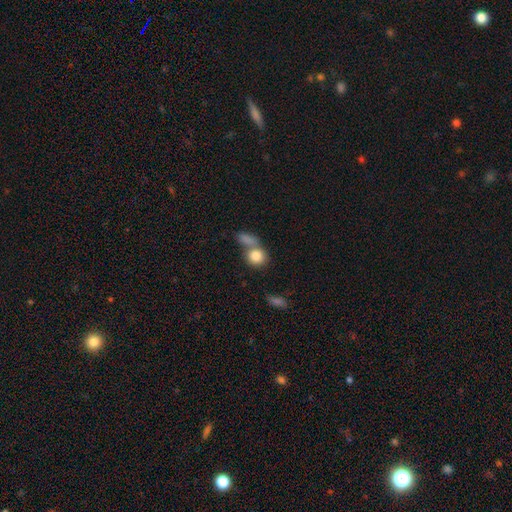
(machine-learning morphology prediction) smooth-or-featured: smooth: 84% | star or artifact: 8% | featured or disk: 8%
  how-rounded: round: 70% | in between: 28% | cigar-shaped: 2%
  merging: merger: 44% | none: 41% | minor disturbance: 9% | major disturbance: 5%